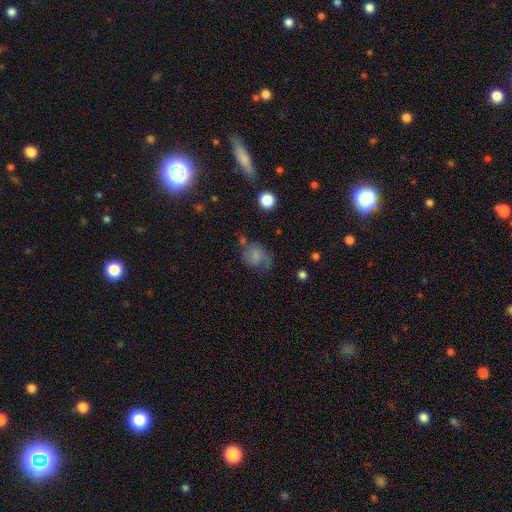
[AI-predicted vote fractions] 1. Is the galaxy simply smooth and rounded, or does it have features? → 58% smooth, 30% featured or disk, 12% star or artifact.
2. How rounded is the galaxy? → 52% round, 47% in between, 1% cigar-shaped.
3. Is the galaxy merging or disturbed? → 47% none, 28% minor disturbance, 20% major disturbance, 5% merger.